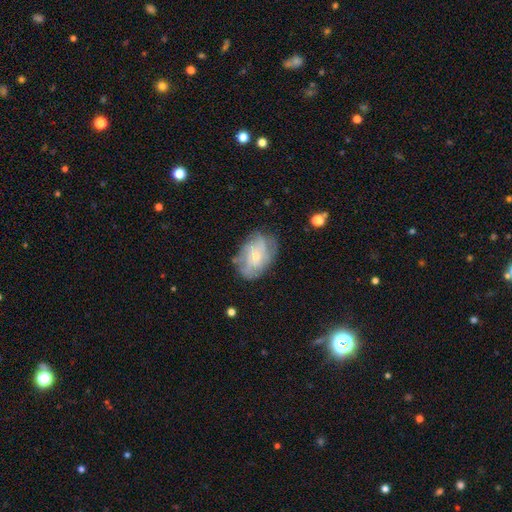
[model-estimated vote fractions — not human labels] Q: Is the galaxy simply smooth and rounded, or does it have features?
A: featured or disk — 54%.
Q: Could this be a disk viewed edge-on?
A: no — 96%.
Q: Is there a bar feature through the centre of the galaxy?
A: no — 77%.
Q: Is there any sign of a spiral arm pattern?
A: yes — 65%.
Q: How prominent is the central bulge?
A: small — 64%.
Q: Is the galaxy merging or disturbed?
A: none — 63%.